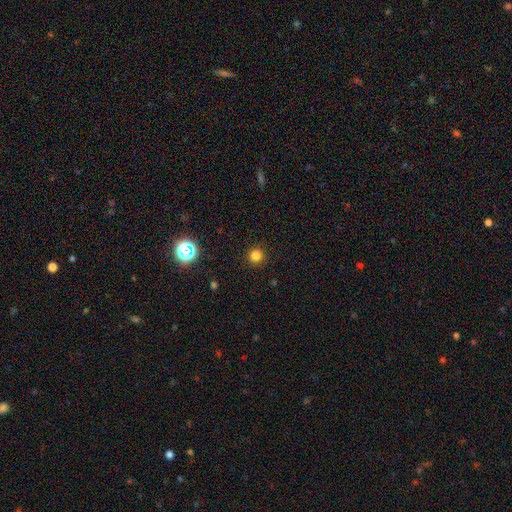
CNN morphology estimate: This appears to be a smooth galaxy with no disk features (80%) that is round (95%). Merging: none (91%).